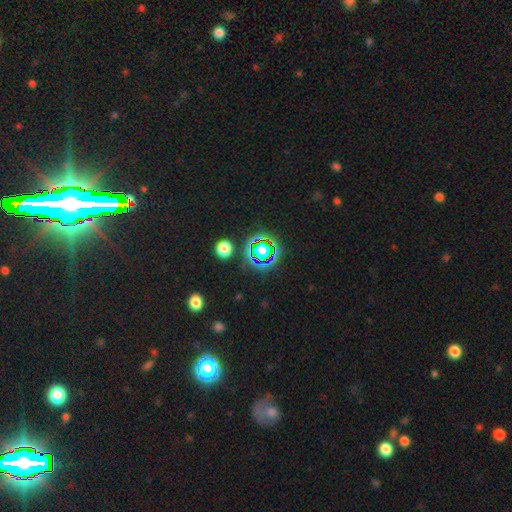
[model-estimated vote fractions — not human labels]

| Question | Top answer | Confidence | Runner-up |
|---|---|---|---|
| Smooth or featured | star or artifact | 77% | smooth (13%) |